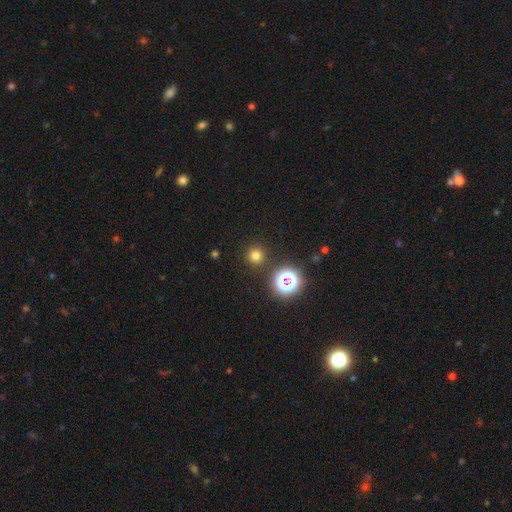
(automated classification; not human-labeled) Smooth or featured? smooth (72%)
How rounded? round (95%)
Merging? none (89%)